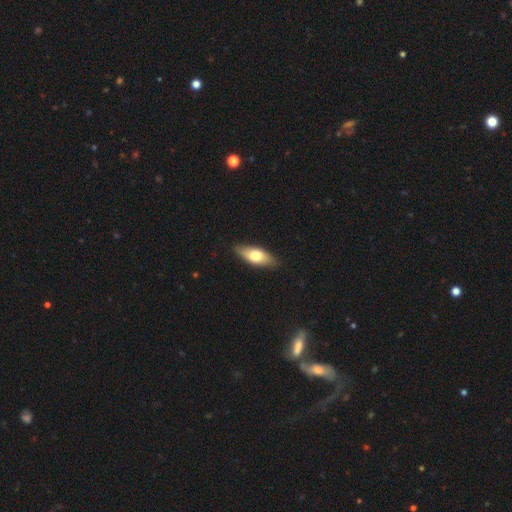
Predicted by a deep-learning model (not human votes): Smooth or featured? smooth (68%)
How rounded? in between (76%)
Merging? none (86%)